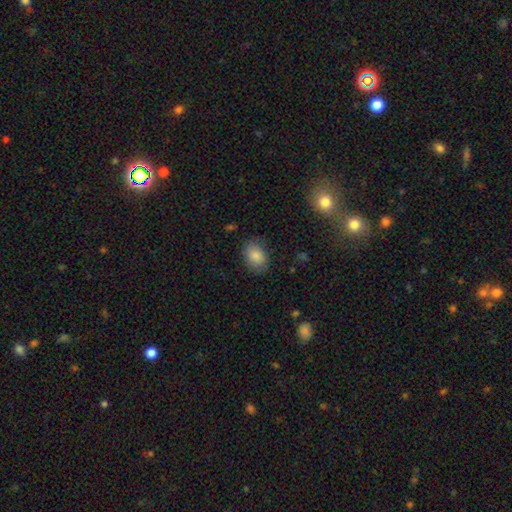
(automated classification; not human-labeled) This appears to be a smooth galaxy with no disk features (85%) that is in between round and cigar-shaped (77%). Merging: none (81%).